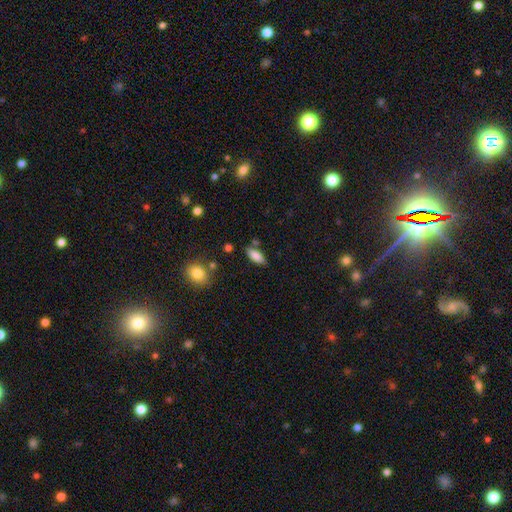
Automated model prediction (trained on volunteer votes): Smooth or featured? smooth (84%)
How rounded? in between (81%)
Merging? none (76%)